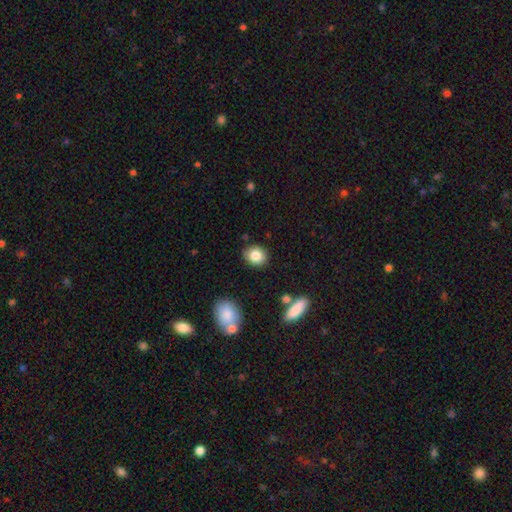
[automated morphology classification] Smooth or featured? Predicted: smooth (p=0.84). How rounded? Predicted: round (p=0.67). Merging? Predicted: none (p=0.86).